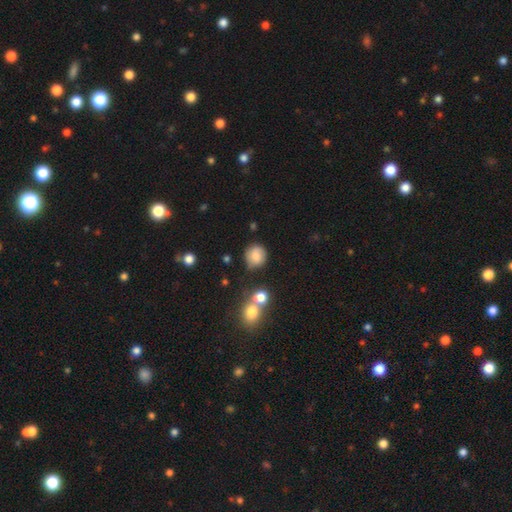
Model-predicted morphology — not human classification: smooth_or_featured: smooth (p=0.78) [alt: featured or disk p=0.12]
how_rounded: round (p=0.85) [alt: in between p=0.14]
merging: none (p=0.72) [alt: minor disturbance p=0.17]